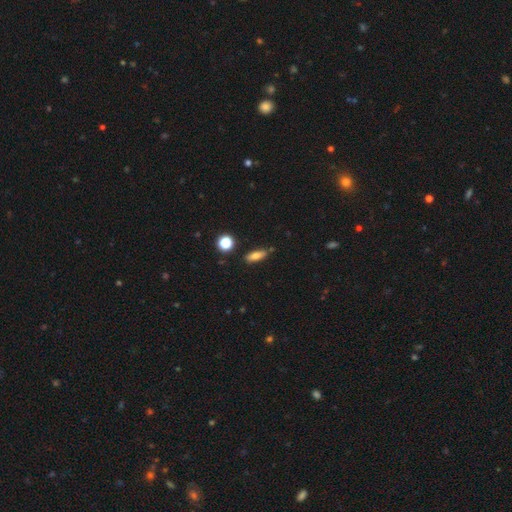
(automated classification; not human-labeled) smooth_or_featured: smooth (p=0.72) [alt: featured or disk p=0.18]
how_rounded: in between (p=0.58) [alt: cigar-shaped p=0.37]
merging: none (p=0.81) [alt: minor disturbance p=0.12]